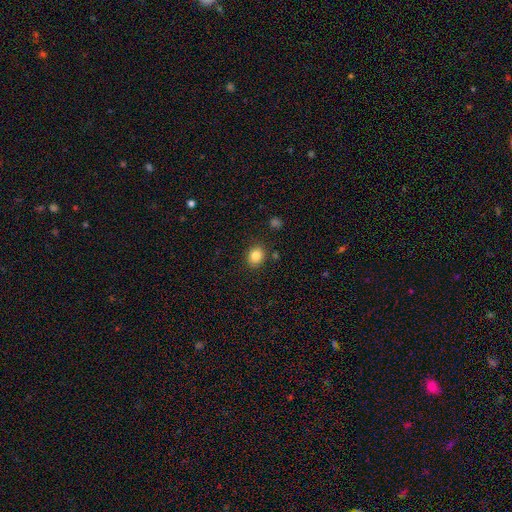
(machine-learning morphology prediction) smooth_or_featured: smooth (p=0.84) [alt: star or artifact p=0.10]
how_rounded: round (p=0.62) [alt: in between p=0.37]
merging: none (p=0.86) [alt: minor disturbance p=0.09]